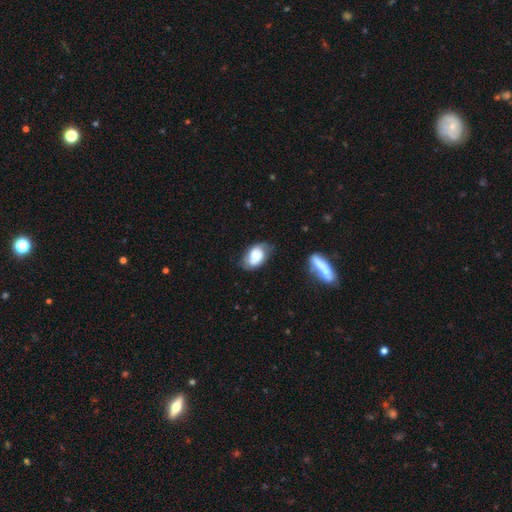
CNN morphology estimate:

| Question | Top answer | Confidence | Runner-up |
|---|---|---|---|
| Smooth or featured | smooth | 58% | featured or disk (34%) |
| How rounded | in between | 86% | round (12%) |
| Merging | none | 60% | minor disturbance (28%) |